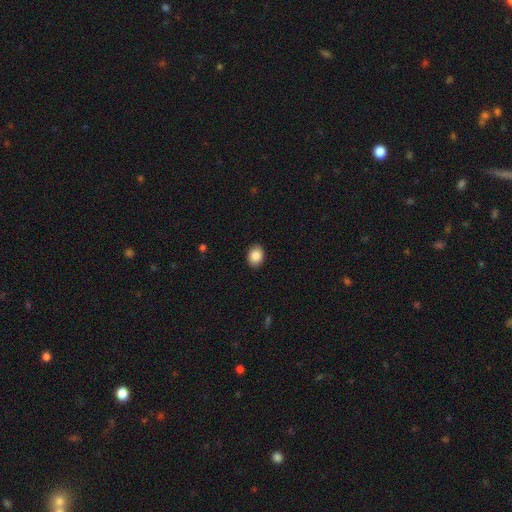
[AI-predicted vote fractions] Smooth or featured?
  - smooth: 87% *
  - star or artifact: 8%
  - featured or disk: 5%
How rounded?
  - in between: 62% *
  - round: 37%
  - cigar-shaped: 1%
Merging?
  - none: 89% *
  - minor disturbance: 8%
  - major disturbance: 2%
  - merger: 1%